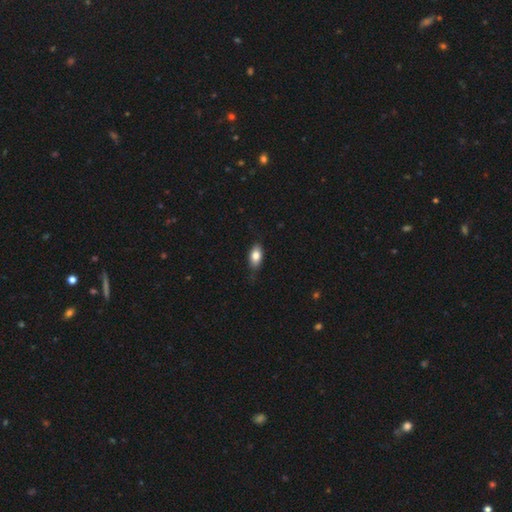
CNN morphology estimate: Smooth or featured? Predicted: smooth (p=0.81). How rounded? Predicted: in between (p=0.88). Merging? Predicted: none (p=0.77).